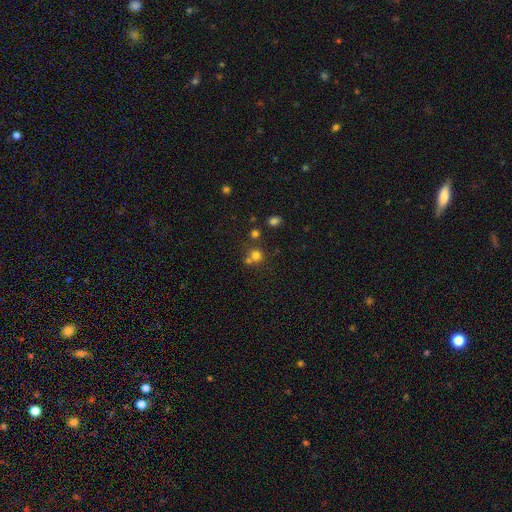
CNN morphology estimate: smooth-or-featured: smooth: 73% | star or artifact: 18% | featured or disk: 9%
  how-rounded: round: 89% | in between: 10% | cigar-shaped: 1%
  merging: none: 58% | merger: 30% | minor disturbance: 8% | major disturbance: 4%